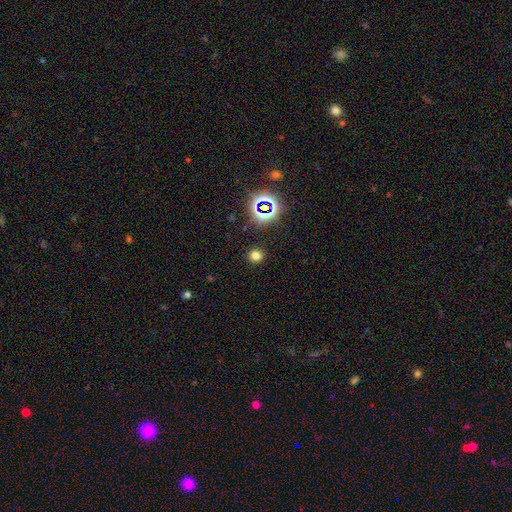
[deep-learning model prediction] This is likely a smooth galaxy (72%). How rounded: clearly round (88%). Merging: clearly none (90%).